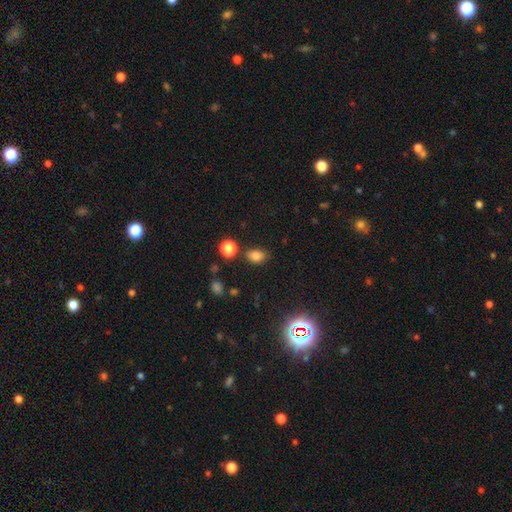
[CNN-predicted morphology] This is likely a smooth galaxy (79%). How rounded: likely in between (72%). Merging: likely none (75%).